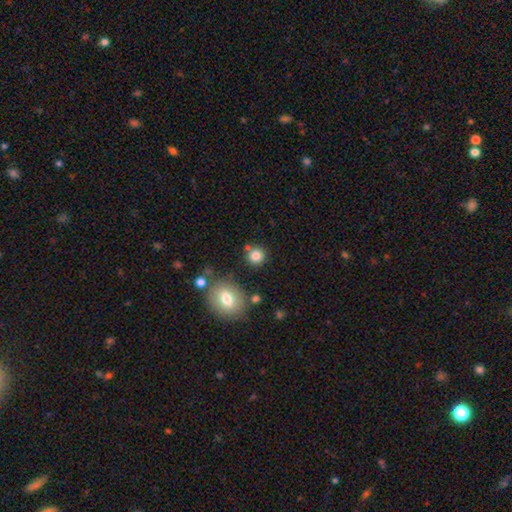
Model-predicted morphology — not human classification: A smooth galaxy with no disk features (82%) that is round (91%).

Vote fractions:
- Smooth or featured? smooth: 82% / star or artifact: 11% / featured or disk: 6%
- How rounded? round: 91% / in between: 8% / cigar-shaped: 1%
- Merging? none: 81% / minor disturbance: 8% / merger: 7% / major disturbance: 3%